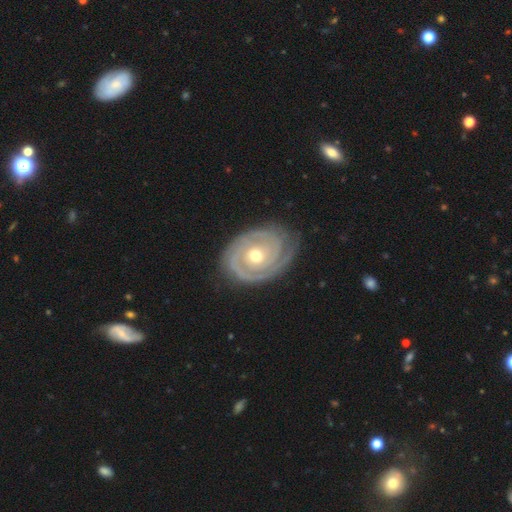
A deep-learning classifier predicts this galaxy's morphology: smooth-or-featured: featured or disk: 90% | smooth: 6% | star or artifact: 4%
  disk-edge-on: no: 97% | yes: 3%
    bar: no: 80% | weak: 15% | strong: 5%
    has-spiral-arms: yes: 97% | no: 3%
      spiral-winding: tight: 82% | medium: 15% | loose: 3%
      spiral-arm-count: 2: 47% | 3: 21% | can't tell: 15% | 1: 8% | 4: 5% | more than 4: 4%
    bulge-size: moderate: 69% | small: 27% | large: 3% | dominant: 1% | none: 1%
  merging: none: 79% | minor disturbance: 16% | major disturbance: 4% | merger: 1%